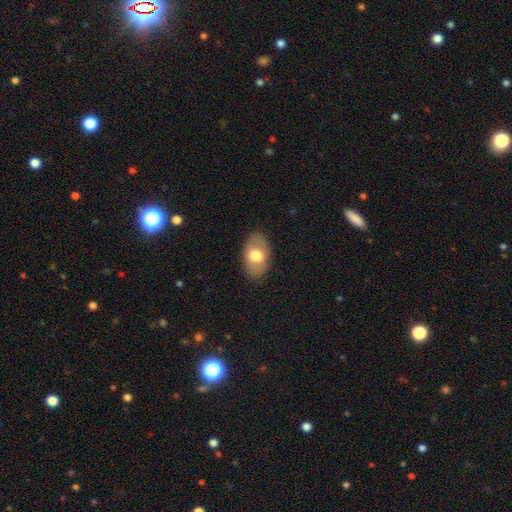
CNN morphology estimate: This is likely a smooth galaxy (68%). How rounded: clearly in between (90%). Merging: clearly none (85%).